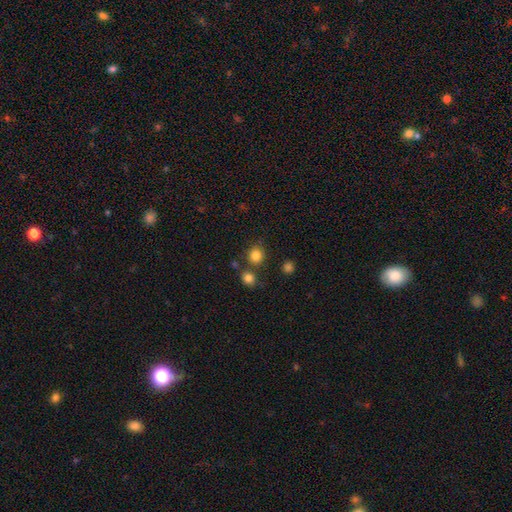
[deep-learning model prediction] smooth_or_featured: smooth (p=0.82) [alt: star or artifact p=0.13]
how_rounded: round (p=0.85) [alt: in between p=0.14]
merging: none (p=0.74) [alt: merger p=0.14]